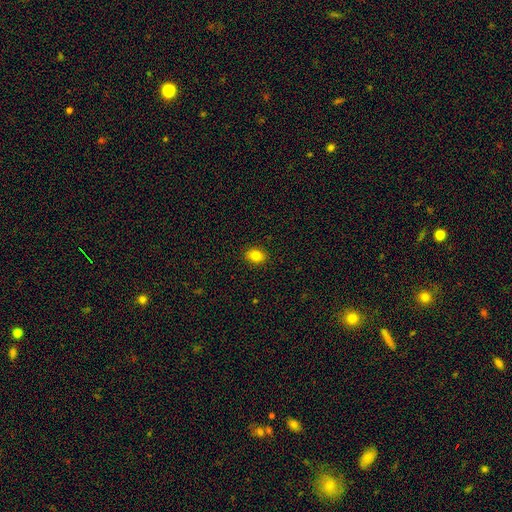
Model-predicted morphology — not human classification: Smooth or featured: smooth — 83% (star or artifact — 11%)
How rounded: in between — 62% (round — 37%)
Merging: none — 90% (minor disturbance — 7%)